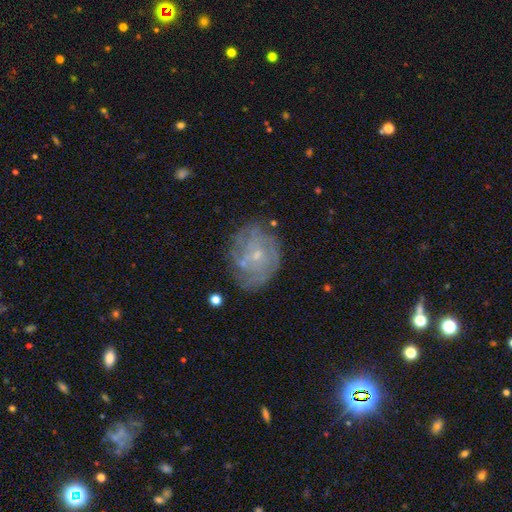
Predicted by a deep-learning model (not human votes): Overall: featured or disk (69%). Edge-on disk: no (97%). Bar: no (75%). Spiral arms: yes (70%). Bulge size: small (73%). Merging: none (66%).